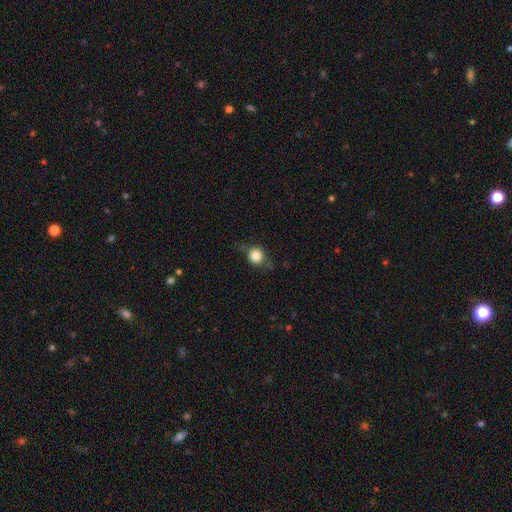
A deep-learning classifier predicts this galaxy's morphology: Smooth or featured? smooth (76%)
How rounded? round (86%)
Merging? none (69%)